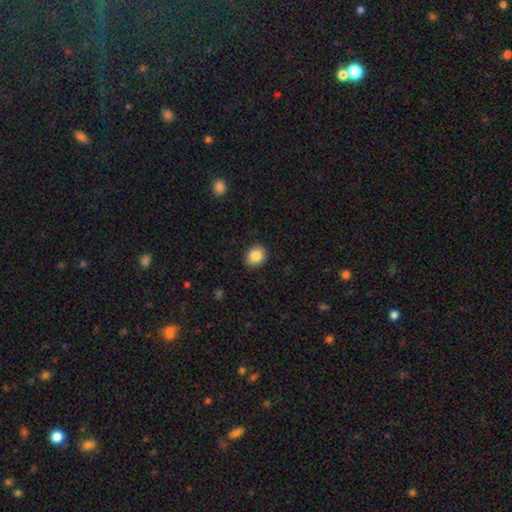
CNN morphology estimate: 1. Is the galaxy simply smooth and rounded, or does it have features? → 86% smooth, 9% star or artifact, 5% featured or disk.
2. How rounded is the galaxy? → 60% round, 39% in between, 1% cigar-shaped.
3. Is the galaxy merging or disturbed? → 90% none, 7% minor disturbance, 2% major disturbance, 1% merger.